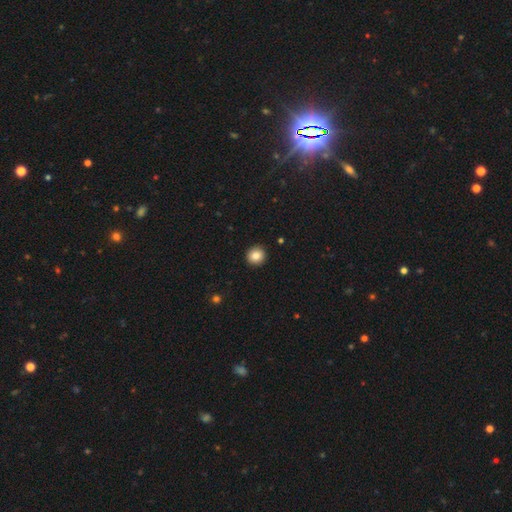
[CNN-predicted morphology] The model was most divided on "smooth or featured": smooth: 85%, star or artifact: 9%, featured or disk: 6%. More confident: merging — none (93%); how rounded — round (93%).